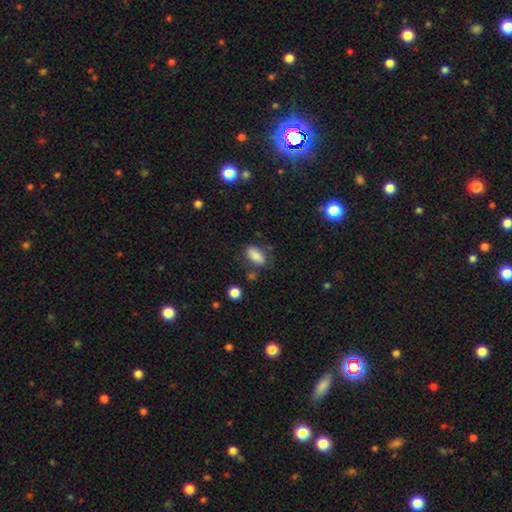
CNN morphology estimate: Smooth or featured?
  - smooth: 84% *
  - star or artifact: 8%
  - featured or disk: 8%
How rounded?
  - in between: 91% *
  - round: 5%
  - cigar-shaped: 4%
Merging?
  - none: 66% *
  - minor disturbance: 21%
  - major disturbance: 8%
  - merger: 5%